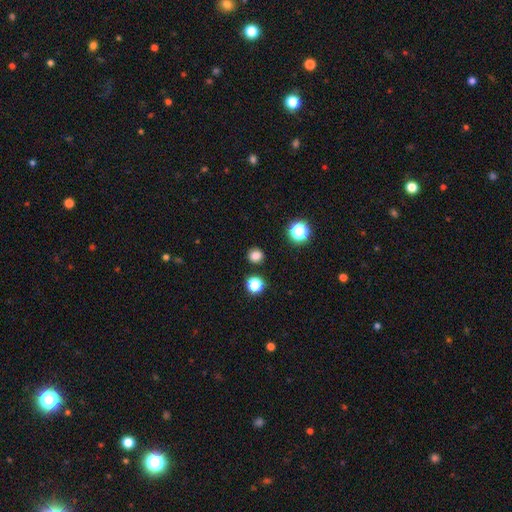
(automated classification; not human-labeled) The model was most divided on "smooth or featured": smooth: 80%, star or artifact: 16%, featured or disk: 4%. More confident: how rounded — round (91%); merging — none (89%).